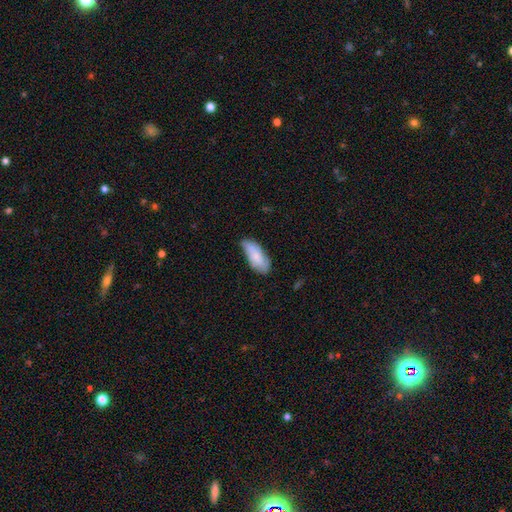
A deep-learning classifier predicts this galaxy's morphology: type=smooth (73%); roundness=in between (83%); merging=none (62%).